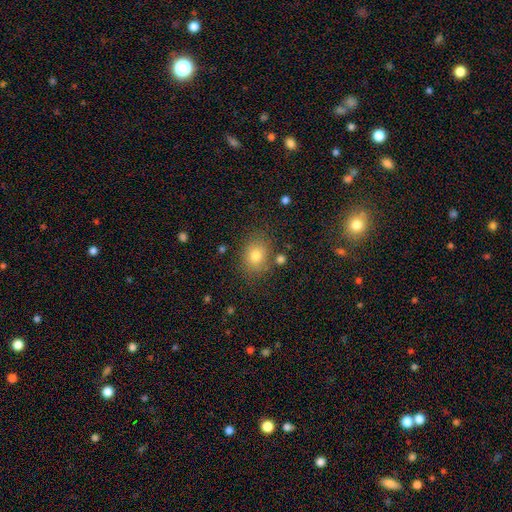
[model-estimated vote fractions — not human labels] A smooth galaxy with no disk features (77%) that is round (56%). Merging: none (78%).